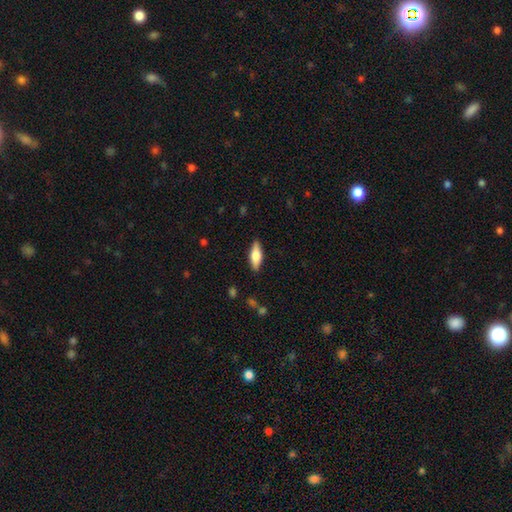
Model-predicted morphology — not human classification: smooth_or_featured: smooth (p=0.62) [alt: featured or disk p=0.33]
how_rounded: in between (p=0.61) [alt: cigar-shaped p=0.37]
merging: none (p=0.88) [alt: minor disturbance p=0.09]